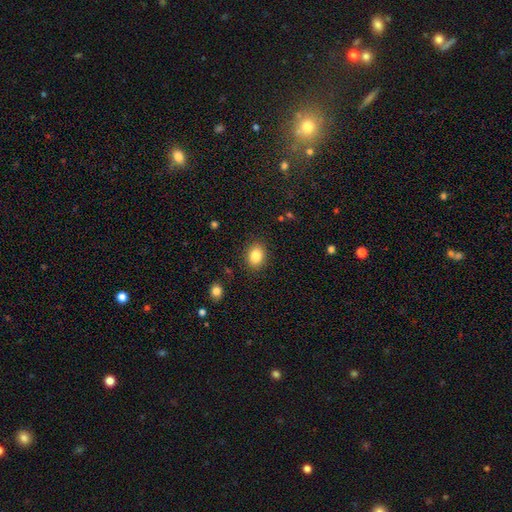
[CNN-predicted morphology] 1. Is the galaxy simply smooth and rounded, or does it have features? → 84% smooth, 9% star or artifact, 7% featured or disk.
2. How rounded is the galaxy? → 58% in between, 41% round, 1% cigar-shaped.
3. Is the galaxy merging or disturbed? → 88% none, 9% minor disturbance, 3% major disturbance, 1% merger.